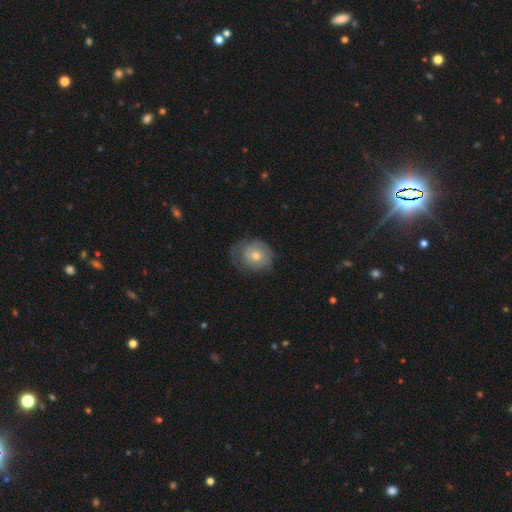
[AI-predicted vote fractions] The model was most divided on "merging": none: 49%, minor disturbance: 31%, major disturbance: 19%, merger: 1%. More confident: how rounded — round (70%); smooth or featured — smooth (60%).